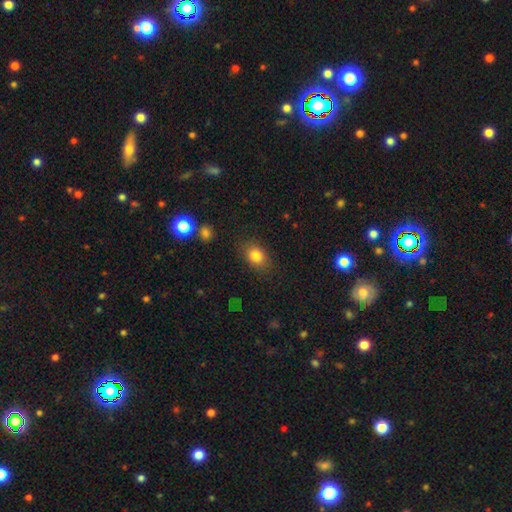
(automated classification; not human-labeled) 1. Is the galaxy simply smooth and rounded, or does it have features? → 83% smooth, 10% star or artifact, 7% featured or disk.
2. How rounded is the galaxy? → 66% in between, 32% round, 1% cigar-shaped.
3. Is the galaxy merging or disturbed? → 82% none, 12% minor disturbance, 4% major disturbance, 2% merger.